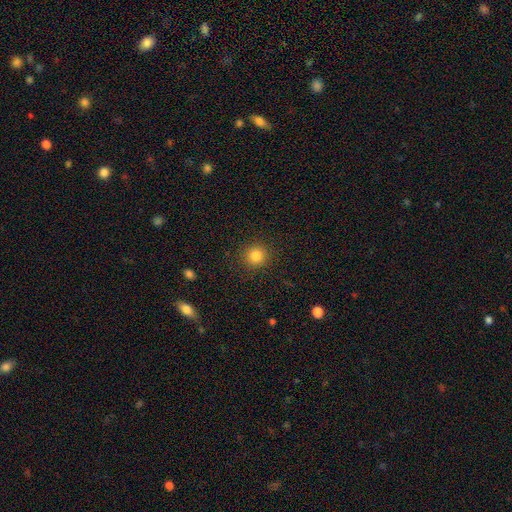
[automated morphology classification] smooth_or_featured: smooth (p=0.83) [alt: star or artifact p=0.12]
how_rounded: round (p=0.93) [alt: in between p=0.06]
merging: none (p=0.91) [alt: minor disturbance p=0.06]